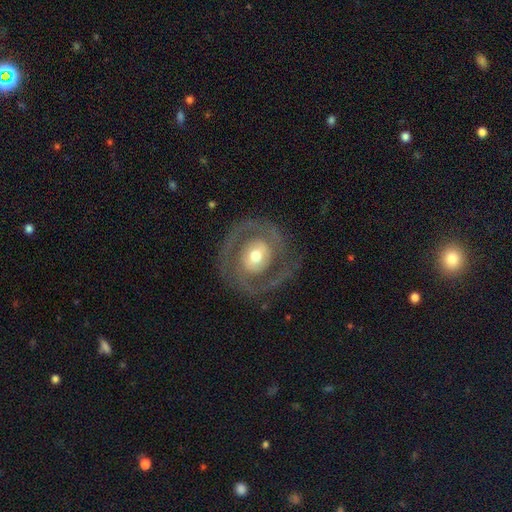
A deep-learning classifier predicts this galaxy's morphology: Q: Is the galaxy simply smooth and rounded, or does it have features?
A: featured or disk — 80%.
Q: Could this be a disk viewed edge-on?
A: no — 97%.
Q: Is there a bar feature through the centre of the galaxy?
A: no — 51%.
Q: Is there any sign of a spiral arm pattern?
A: yes — 79%.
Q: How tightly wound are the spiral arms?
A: tight — 50%.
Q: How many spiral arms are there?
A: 2 — 78%.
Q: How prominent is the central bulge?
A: moderate — 65%.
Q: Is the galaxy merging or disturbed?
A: none — 79%.